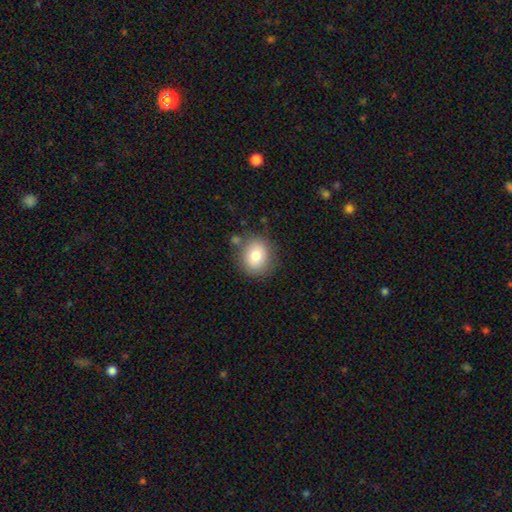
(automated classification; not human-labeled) A smooth galaxy with no disk features (79%) that is round (67%). Merging: none (78%).